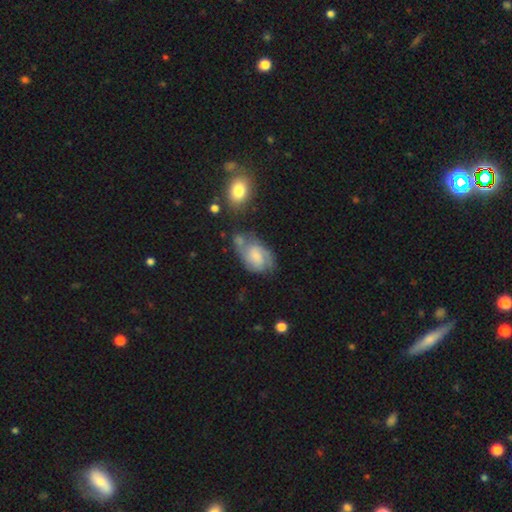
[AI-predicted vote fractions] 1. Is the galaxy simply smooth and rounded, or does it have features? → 56% featured or disk, 36% smooth, 8% star or artifact.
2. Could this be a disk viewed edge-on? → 97% no, 3% yes.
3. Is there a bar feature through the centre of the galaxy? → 52% no, 40% weak, 8% strong.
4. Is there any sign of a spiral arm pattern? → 85% yes, 15% no.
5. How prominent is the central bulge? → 29% small, 28% moderate, 26% none, 15% large, 3% dominant.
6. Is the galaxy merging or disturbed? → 41% none, 25% minor disturbance, 19% merger, 14% major disturbance.